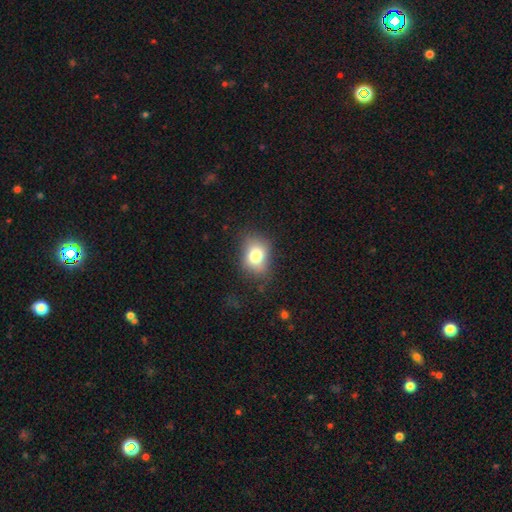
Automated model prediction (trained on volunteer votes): Morphology: type=smooth (75%); roundness=in between (60%); merging=none (71%).